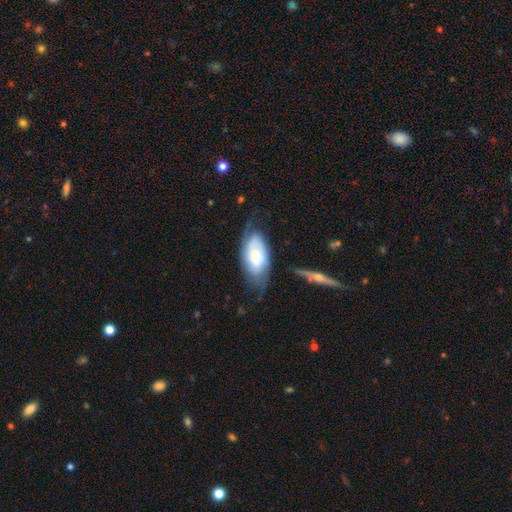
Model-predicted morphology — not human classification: A featured or disk galaxy (47%). Merging: none (50%).